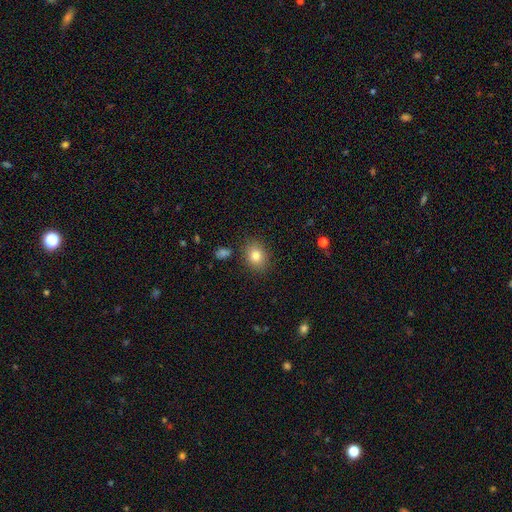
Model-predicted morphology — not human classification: A smooth galaxy with no disk features (81%) that is round (52%).

Vote fractions:
- Smooth or featured? smooth: 81% / star or artifact: 10% / featured or disk: 9%
- How rounded? round: 52% / in between: 47% / cigar-shaped: 1%
- Merging? none: 85% / minor disturbance: 9% / major disturbance: 3% / merger: 2%